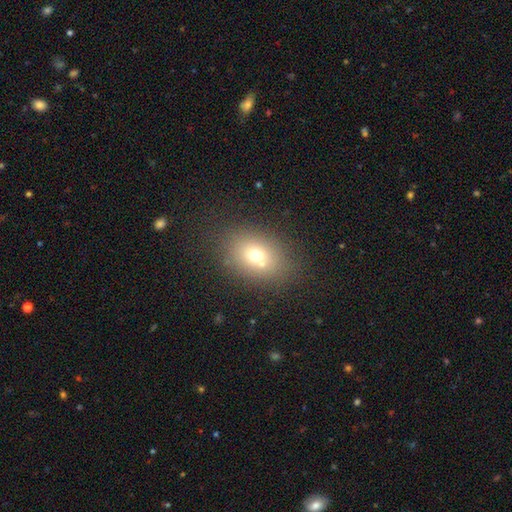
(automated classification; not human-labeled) smooth_or_featured: smooth (p=0.67) [alt: featured or disk p=0.18]
how_rounded: in between (p=0.64) [alt: round p=0.35]
merging: none (p=0.66) [alt: merger p=0.16]